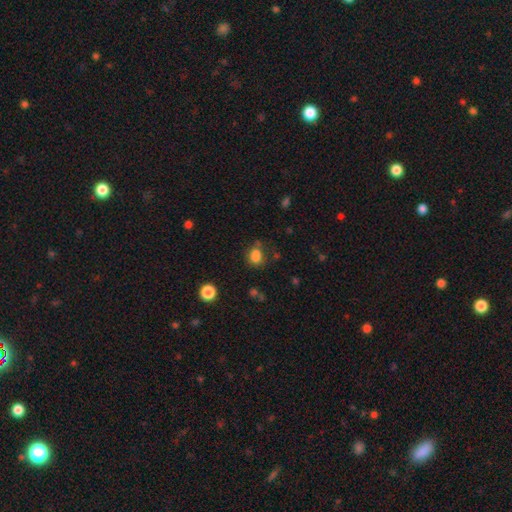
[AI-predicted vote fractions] Smooth or featured? Predicted: smooth (p=0.81). How rounded? Predicted: in between (p=0.56). Merging? Predicted: none (p=0.61).